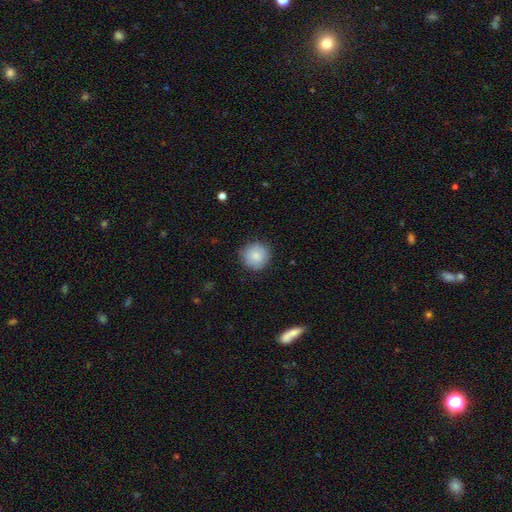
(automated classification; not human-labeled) Smooth or featured? smooth (84%)
How rounded? round (95%)
Merging? none (88%)